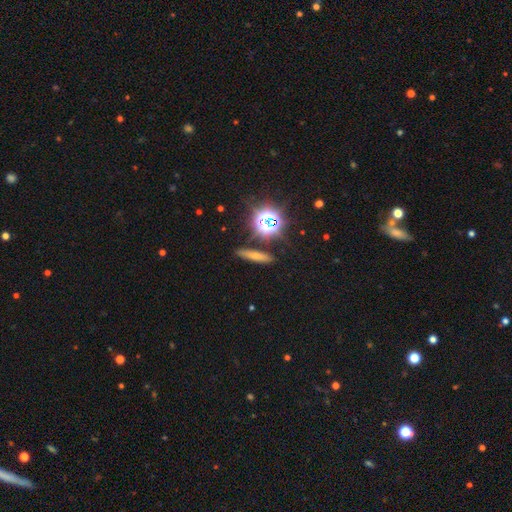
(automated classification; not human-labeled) The model was most divided on "smooth or featured": smooth: 57%, star or artifact: 25%, featured or disk: 18%. More confident: merging — none (84%); how rounded — cigar-shaped (78%).